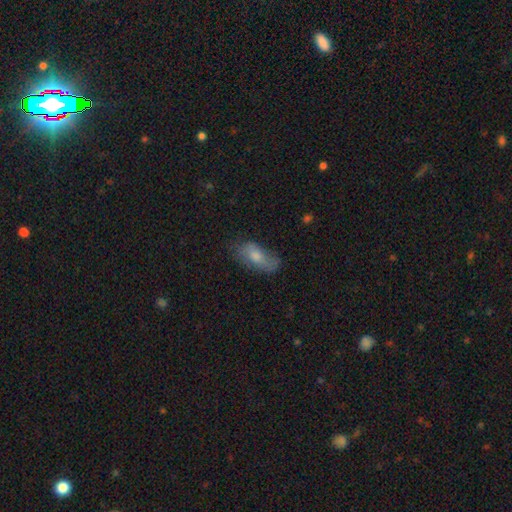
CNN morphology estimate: smooth-or-featured: smooth: 61% | featured or disk: 30% | star or artifact: 9%
  how-rounded: in between: 83% | cigar-shaped: 13% | round: 4%
  merging: none: 64% | minor disturbance: 26% | major disturbance: 9% | merger: 2%